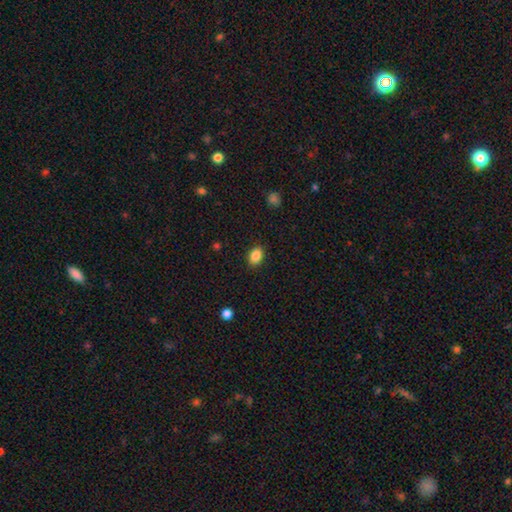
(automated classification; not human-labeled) smooth-or-featured: smooth: 87% | star or artifact: 9% | featured or disk: 4%
  how-rounded: in between: 81% | round: 18% | cigar-shaped: 1%
  merging: none: 88% | minor disturbance: 9% | major disturbance: 2% | merger: 1%